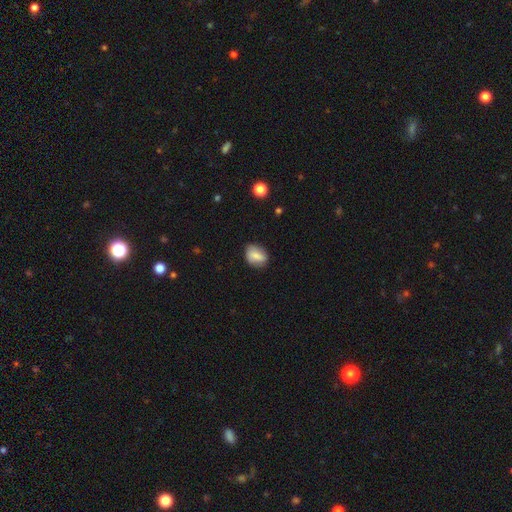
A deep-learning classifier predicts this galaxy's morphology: Smooth or featured?
  - smooth: 77% *
  - featured or disk: 15%
  - star or artifact: 8%
How rounded?
  - in between: 67% *
  - round: 31%
  - cigar-shaped: 2%
Merging?
  - none: 76% *
  - minor disturbance: 19%
  - major disturbance: 4%
  - merger: 1%